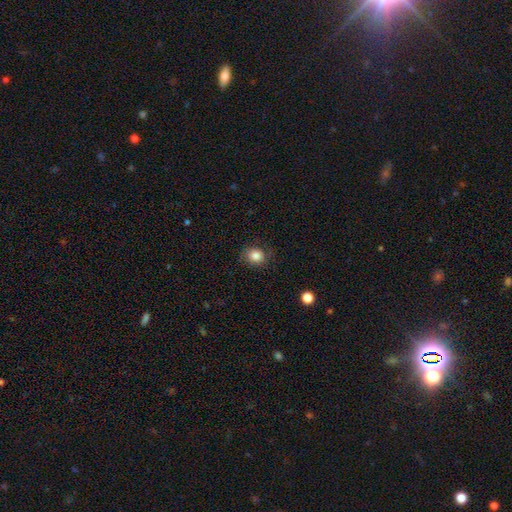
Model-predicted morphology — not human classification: This is clearly a smooth galaxy (83%). How rounded: likely round (69%). Merging: likely none (79%).